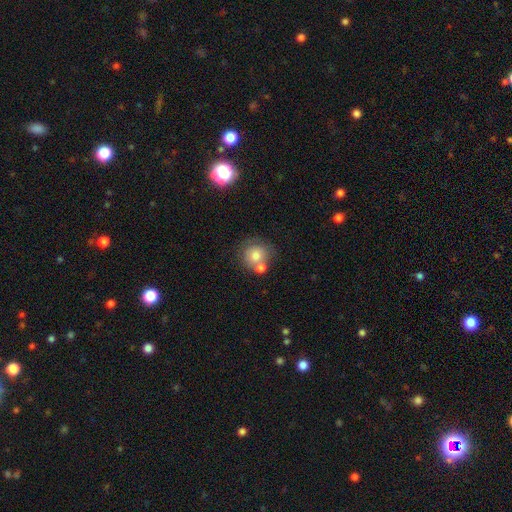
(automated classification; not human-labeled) Morphology: type=smooth (75%); roundness=round (85%); merging=none (46%).